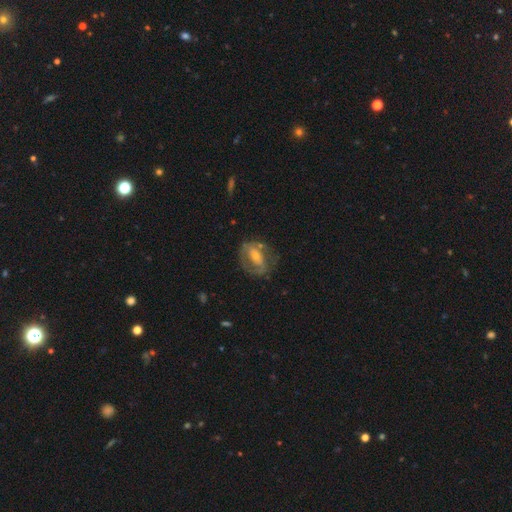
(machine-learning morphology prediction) Smooth or featured?
  - featured or disk: 71% *
  - smooth: 22%
  - star or artifact: 8%
Edge-on disk?
  - no: 94% *
  - yes: 6%
Bar?
  - weak: 38% *
  - no: 32%
  - strong: 30%
Spiral arms?
  - yes: 66% *
  - no: 34%
Bulge size?
  - moderate: 48% *
  - small: 45%
  - large: 4%
  - none: 3%
  - dominant: 1%
Merging?
  - none: 62% *
  - minor disturbance: 20%
  - major disturbance: 15%
  - merger: 3%